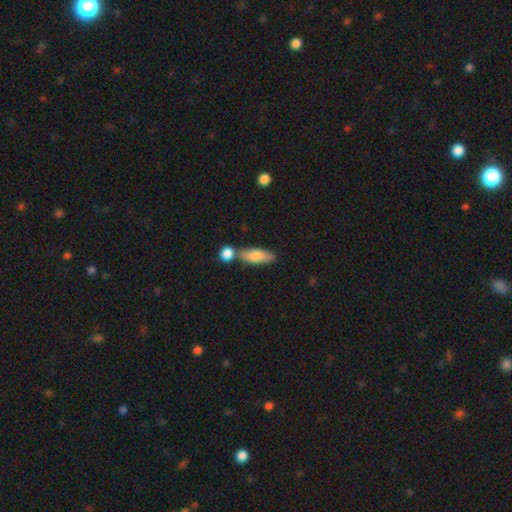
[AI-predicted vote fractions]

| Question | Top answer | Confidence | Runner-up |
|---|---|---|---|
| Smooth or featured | smooth | 79% | featured or disk (14%) |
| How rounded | in between | 62% | cigar-shaped (35%) |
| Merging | none | 58% | merger (26%) |